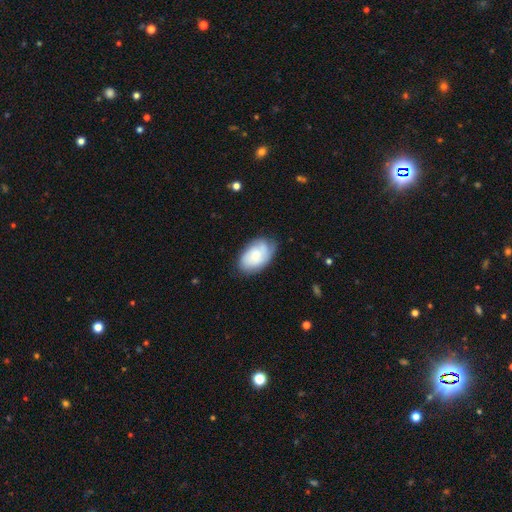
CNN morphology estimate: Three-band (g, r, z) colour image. It shows a smooth galaxy with no disk features (58%) that is in between round and cigar-shaped (91%). Merging: none (66%).